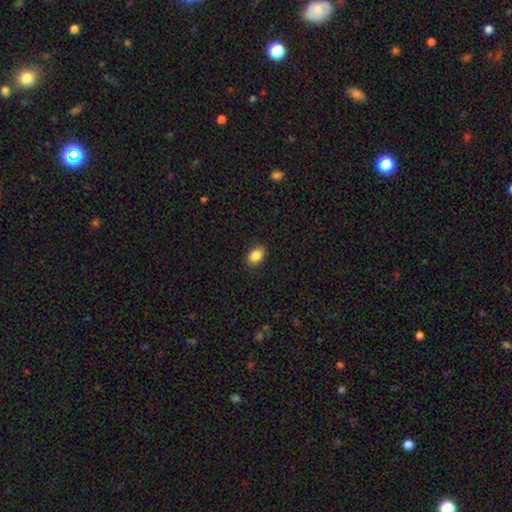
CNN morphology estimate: A smooth galaxy with no disk features (86%) that is in between round and cigar-shaped (76%).

Vote fractions:
- Smooth or featured? smooth: 86% / star or artifact: 9% / featured or disk: 5%
- How rounded? in between: 76% / round: 23% / cigar-shaped: 1%
- Merging? none: 89% / minor disturbance: 8% / major disturbance: 2% / merger: 1%